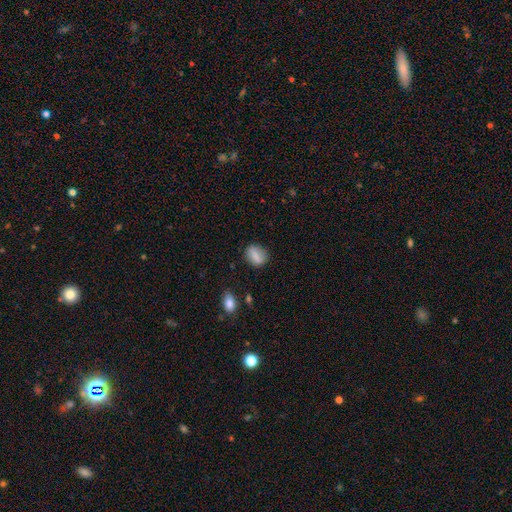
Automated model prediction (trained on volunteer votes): smooth 79%, featured or disk 13%, star or artifact 8%. Down the decision tree: how rounded — in between (61%); merging — none (80%).